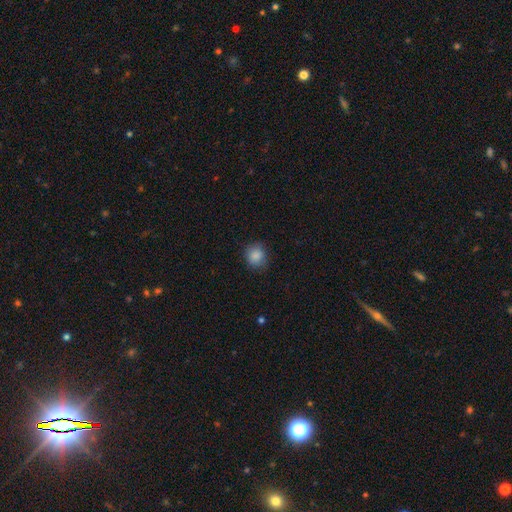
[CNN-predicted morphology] smooth_or_featured: smooth (p=0.87) [alt: star or artifact p=0.09]
how_rounded: round (p=0.84) [alt: in between p=0.15]
merging: none (p=0.84) [alt: minor disturbance p=0.12]